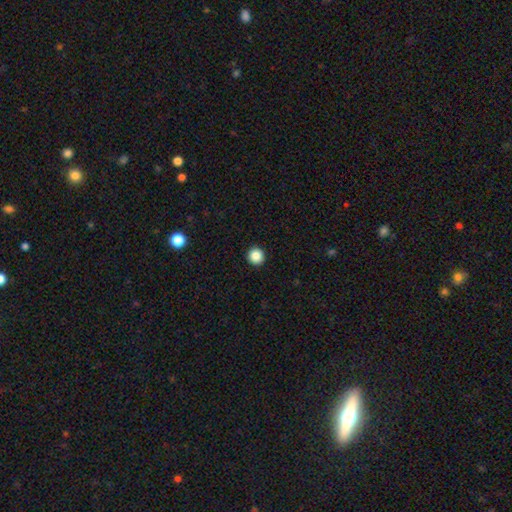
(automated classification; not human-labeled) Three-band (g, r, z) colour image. It shows a smooth galaxy with no disk features (87%) that is round (94%). Merging: none (94%).